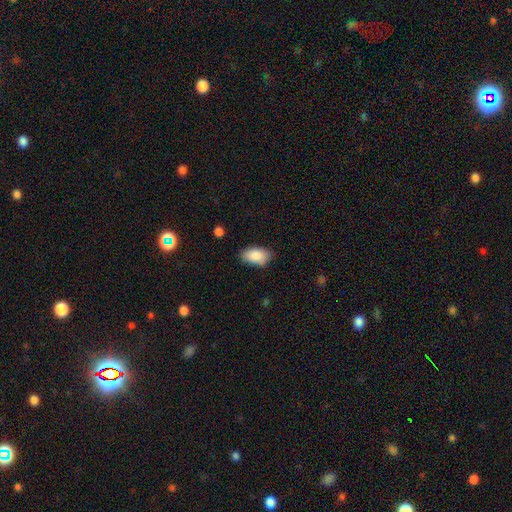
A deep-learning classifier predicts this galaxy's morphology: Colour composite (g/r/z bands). It shows a smooth galaxy with no disk features (88%) that is in between round and cigar-shaped (93%). Merging: none (78%).